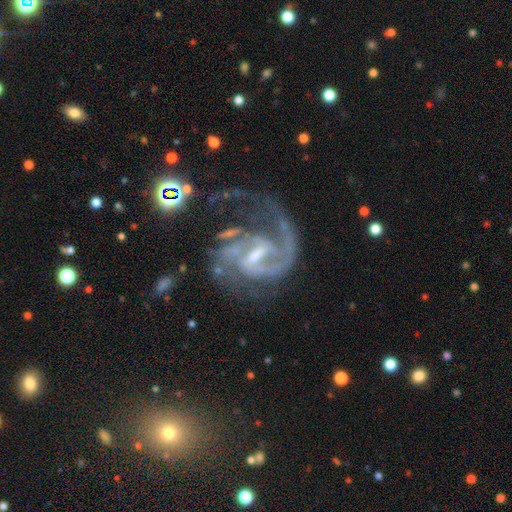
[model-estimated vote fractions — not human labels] smooth-or-featured: featured or disk: 91% | star or artifact: 5% | smooth: 3%
  disk-edge-on: no: 98% | yes: 2%
    bar: weak: 56% | strong: 32% | no: 13%
    has-spiral-arms: yes: 97% | no: 3%
      spiral-winding: medium: 55% | tight: 25% | loose: 21%
      spiral-arm-count: 2: 61% | 1: 12% | 3: 11% | can't tell: 9% | 4: 4% | more than 4: 3%
    bulge-size: small: 54% | moderate: 34% | none: 8% | large: 2% | dominant: 1%
  merging: none: 45% | major disturbance: 32% | minor disturbance: 18% | merger: 5%